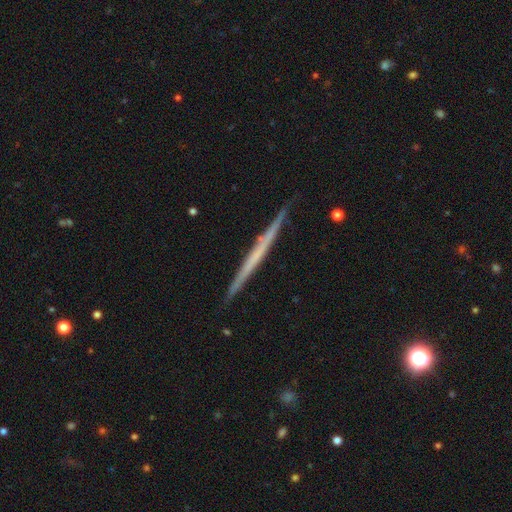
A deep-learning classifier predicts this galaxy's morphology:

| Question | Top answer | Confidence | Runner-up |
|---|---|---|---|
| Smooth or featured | featured or disk | 61% | smooth (33%) |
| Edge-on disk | yes | 98% | no (2%) |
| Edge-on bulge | none | 89% | rounded (7%) |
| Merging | none | 90% | minor disturbance (7%) |